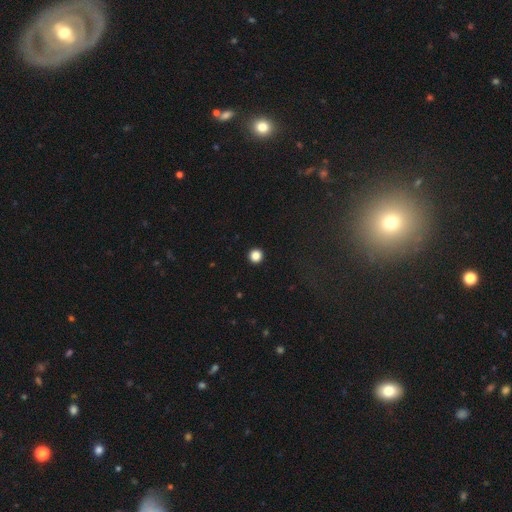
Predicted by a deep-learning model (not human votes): This appears to be a smooth galaxy with no disk features (86%) that is round (96%). Merging: none (94%).